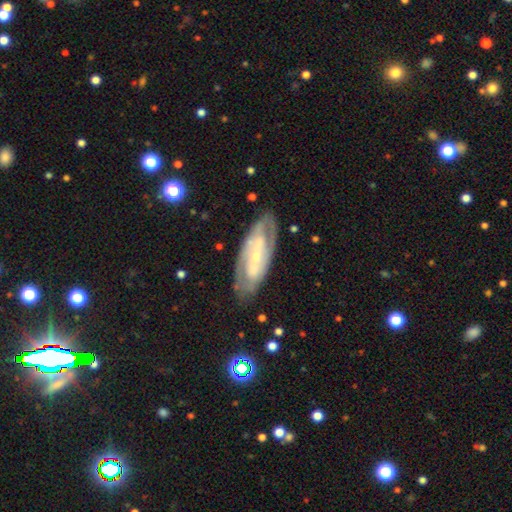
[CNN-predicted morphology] Overall: featured or disk (80%). Edge-on disk: no (89%). Bar: strong (35%; weak 34%). Spiral arms: yes (85%). Spiral arm count: 2 (60%; can't tell 27%). Spiral winding: tight (54%; medium 35%). Bulge size: small (73%). Merging: none (78%).